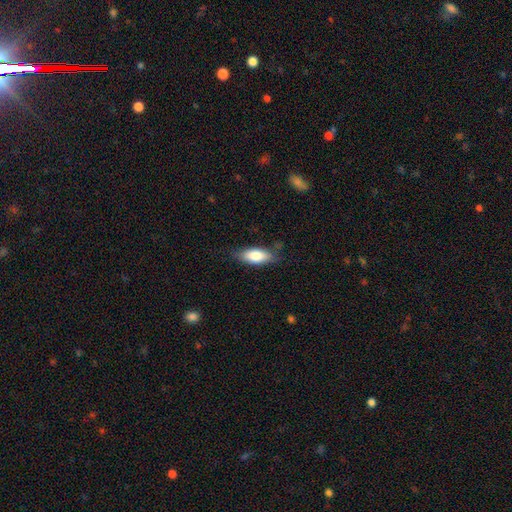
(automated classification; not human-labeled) A smooth galaxy with no disk features (78%) that is in between round and cigar-shaped (79%). Merging: none (76%).